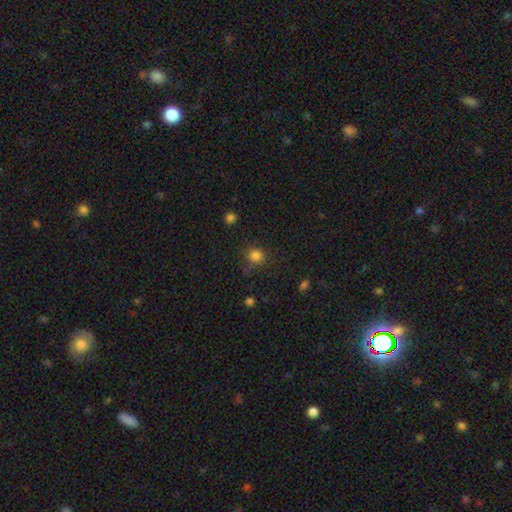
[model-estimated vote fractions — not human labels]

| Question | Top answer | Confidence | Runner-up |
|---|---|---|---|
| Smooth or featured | smooth | 80% | star or artifact (15%) |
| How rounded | round | 87% | in between (12%) |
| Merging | none | 75% | minor disturbance (14%) |